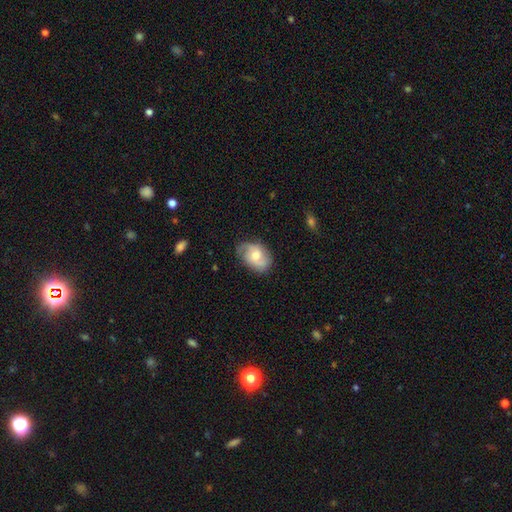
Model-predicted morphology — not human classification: featured or disk 52%, smooth 41%, star or artifact 7%. Down the decision tree: edge-on disk — no (96%); merging — none (70%).